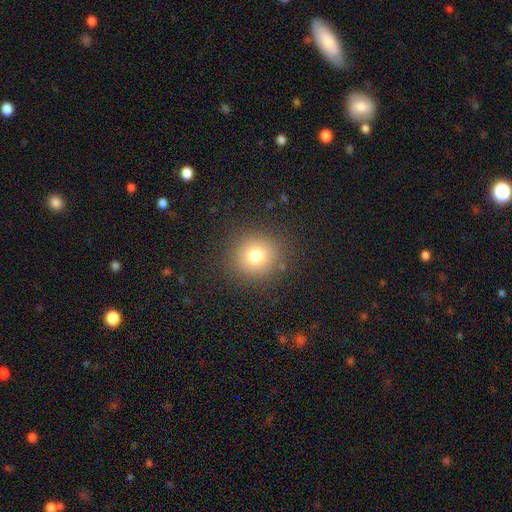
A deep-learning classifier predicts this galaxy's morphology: Overall: smooth (75%). How rounded: round (92%). Merging: none (88%).